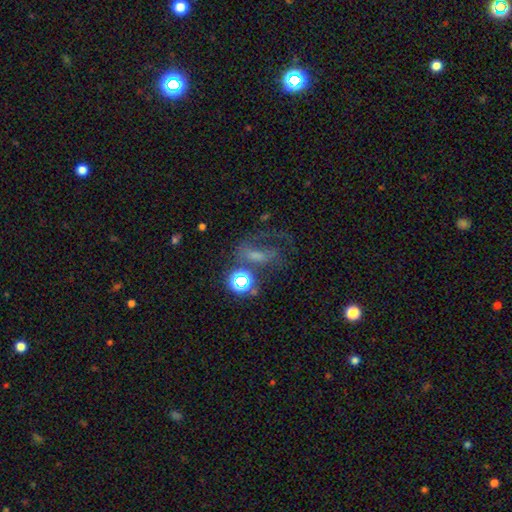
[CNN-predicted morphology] smooth_or_featured: smooth (p=0.37) [alt: featured or disk p=0.33]
merging: major disturbance (p=0.39) [alt: none p=0.32]